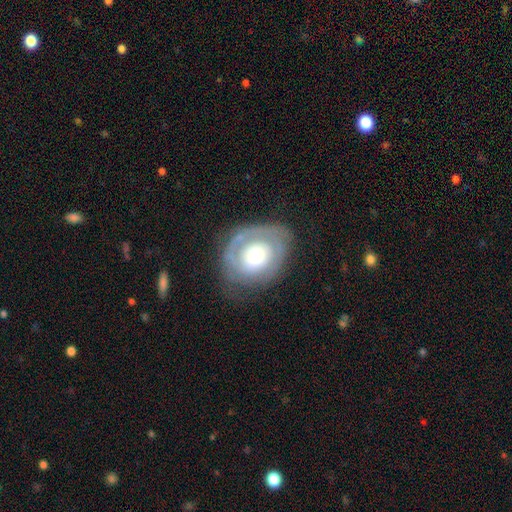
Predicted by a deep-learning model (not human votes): This appears to be a featured or disk galaxy (67%) with no bar (82%), spiral arms (69%) and a moderate central bulge (58%). Merging: none (68%).